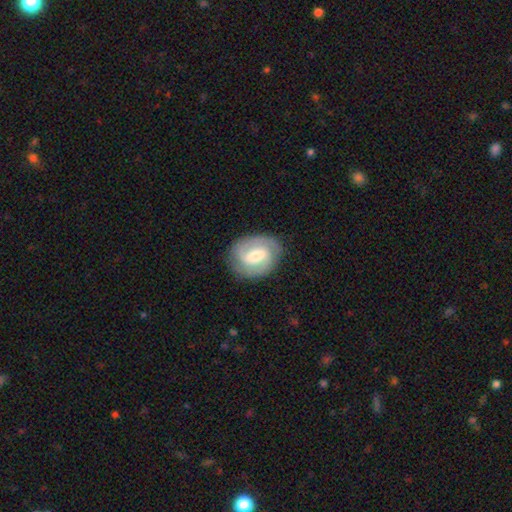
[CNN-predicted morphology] Smooth or featured? Predicted: featured or disk (p=0.81). Edge-on disk? Predicted: no (p=0.97). Bar? Predicted: weak (p=0.50). Spiral arms? Predicted: yes (p=0.93). Spiral winding? Predicted: tight (p=0.50). Spiral arm count? Predicted: 2 (p=0.82). Bulge size? Predicted: moderate (p=0.57). Merging? Predicted: none (p=0.84).